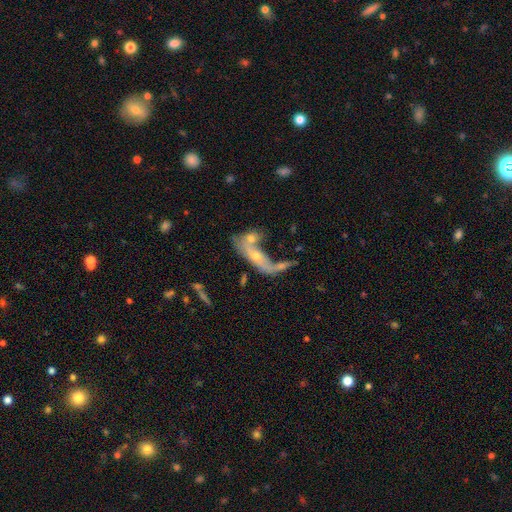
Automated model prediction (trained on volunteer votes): Smooth or featured: featured or disk — 53% (smooth — 36%)
Edge-on disk: no — 73% (yes — 27%)
Merging: merger — 54% (none — 19%)